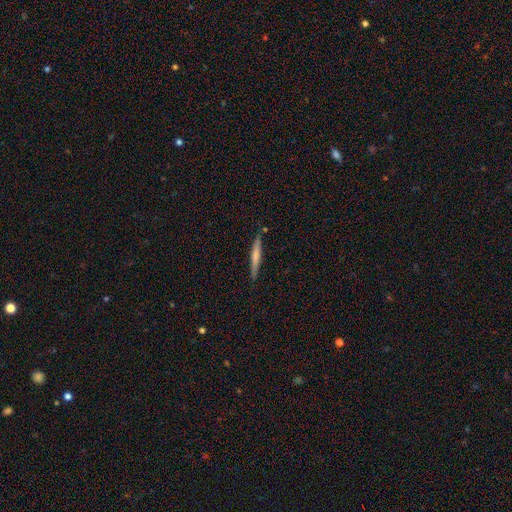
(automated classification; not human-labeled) Overall: smooth (60%; featured or disk 35%). How rounded: cigar-shaped (96%). Merging: none (86%).